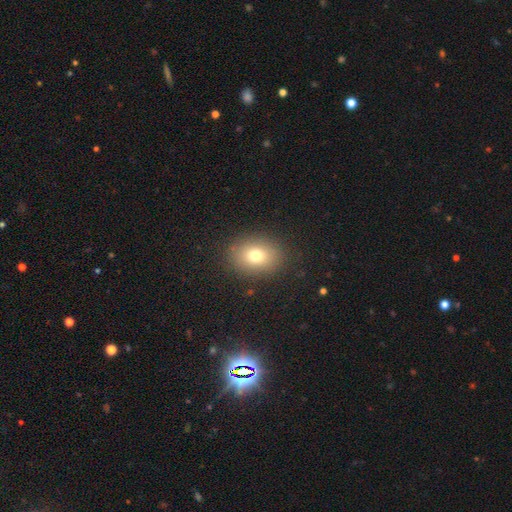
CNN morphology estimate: smooth 75%, star or artifact 14%, featured or disk 12%. Down the decision tree: how rounded — round (51%); merging — none (87%).